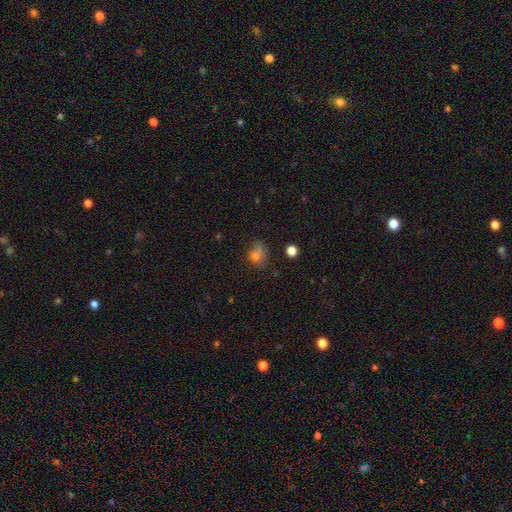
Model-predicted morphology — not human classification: Smooth or featured?
  - smooth: 71% *
  - star or artifact: 16%
  - featured or disk: 12%
How rounded?
  - round: 53% *
  - in between: 46%
  - cigar-shaped: 1%
Merging?
  - none: 43% *
  - minor disturbance: 25%
  - merger: 16%
  - major disturbance: 15%